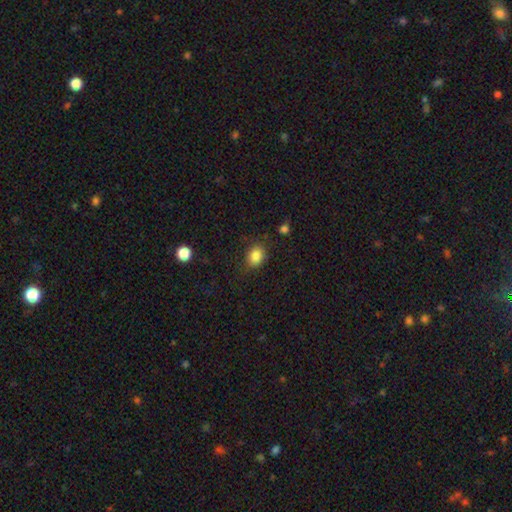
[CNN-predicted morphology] Q: Smooth or featured?
A: smooth (85%); runner-up: star or artifact (10%)
Q: How rounded?
A: round (50%); runner-up: in between (49%)
Q: Merging?
A: none (82%); runner-up: minor disturbance (12%)